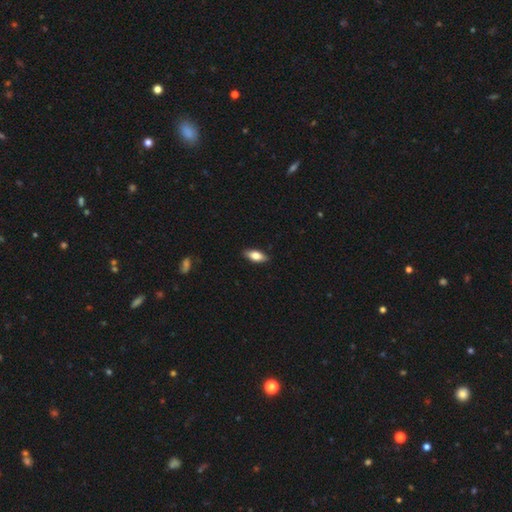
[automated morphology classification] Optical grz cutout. It shows a smooth galaxy with no disk features (76%) that is in between round and cigar-shaped (82%). Merging: none (87%).